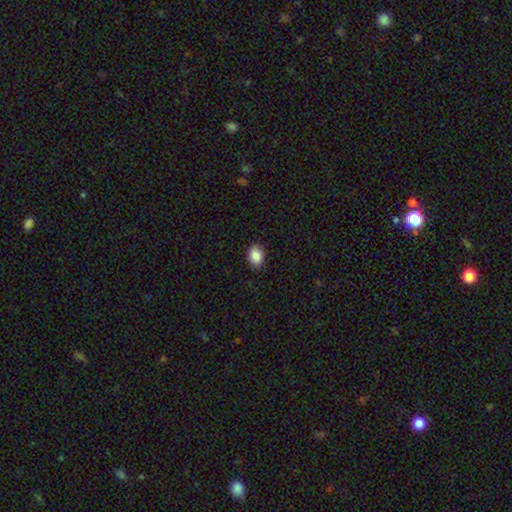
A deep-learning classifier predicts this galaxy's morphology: Overall: smooth (88%). How rounded: in between (69%; round 30%). Merging: none (88%).